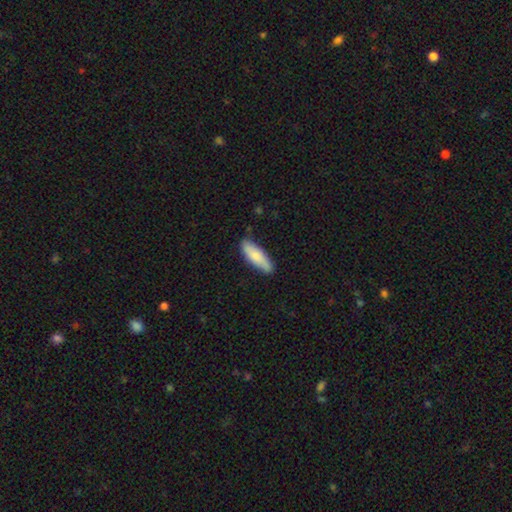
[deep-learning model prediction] smooth_or_featured: smooth (p=0.77) [alt: featured or disk p=0.18]
how_rounded: in between (p=0.49) [tied with: cigar-shaped p=0.49]
merging: none (p=0.81) [alt: minor disturbance p=0.15]